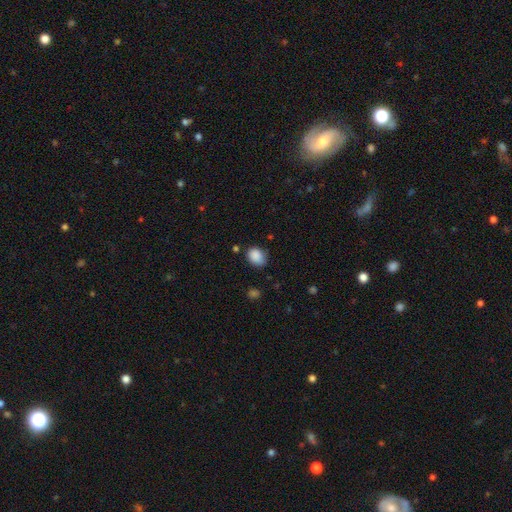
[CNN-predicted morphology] Overall: smooth (87%). How rounded: in between (53%; round 46%). Merging: none (65%; minor disturbance 26%).